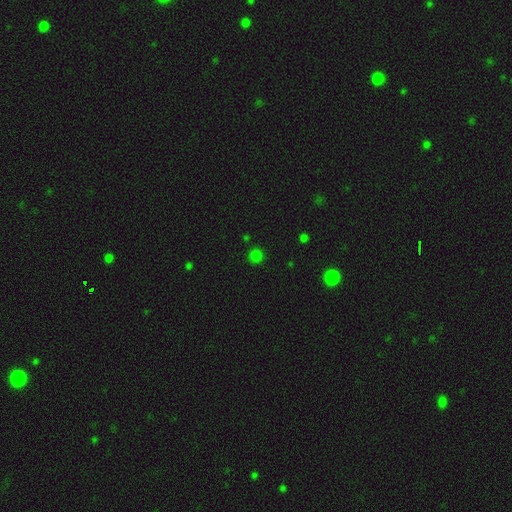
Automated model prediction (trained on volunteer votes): Morphology: type=smooth (77%); roundness=round (94%); merging=none (90%).